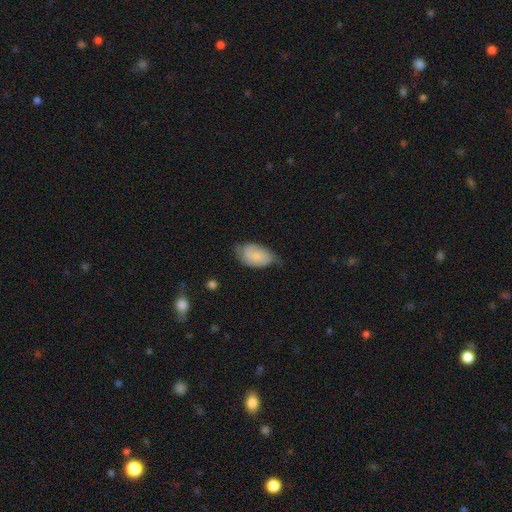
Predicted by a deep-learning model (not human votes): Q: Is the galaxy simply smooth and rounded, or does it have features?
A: smooth — 65%.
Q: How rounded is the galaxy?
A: in between — 92%.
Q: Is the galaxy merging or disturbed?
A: none — 45%.